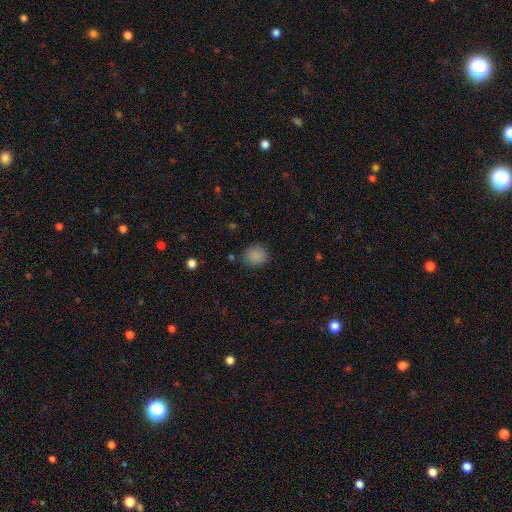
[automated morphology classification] Q: Smooth or featured?
A: smooth (87%); runner-up: star or artifact (10%)
Q: How rounded?
A: round (76%); runner-up: in between (23%)
Q: Merging?
A: none (86%); runner-up: minor disturbance (10%)